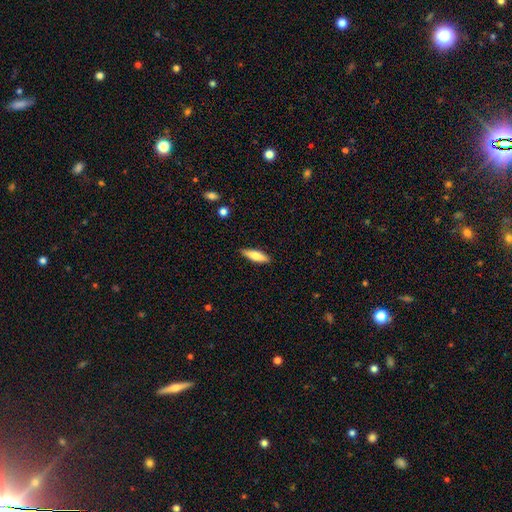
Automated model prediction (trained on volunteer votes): Smooth or featured? smooth (72%)
How rounded? cigar-shaped (61%)
Merging? none (88%)